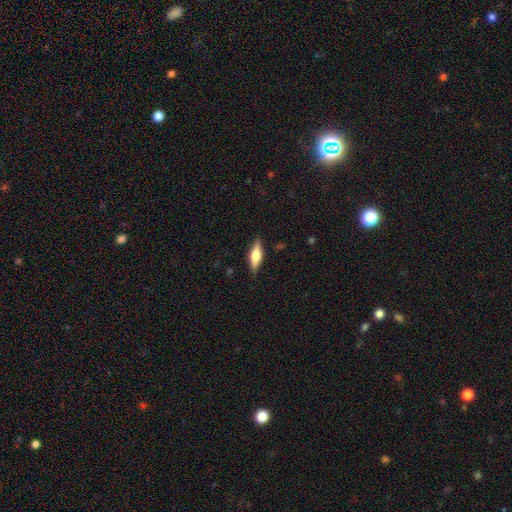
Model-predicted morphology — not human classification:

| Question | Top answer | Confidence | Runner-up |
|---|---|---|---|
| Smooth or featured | featured or disk | 54% | smooth (40%) |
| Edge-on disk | yes | 94% | no (6%) |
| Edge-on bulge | rounded | 88% | boxy (10%) |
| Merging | none | 85% | minor disturbance (11%) |